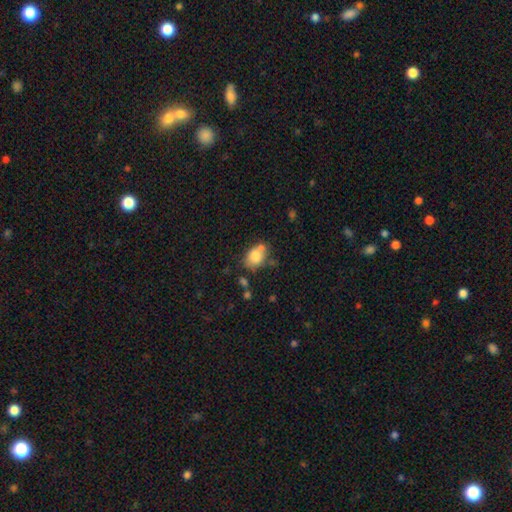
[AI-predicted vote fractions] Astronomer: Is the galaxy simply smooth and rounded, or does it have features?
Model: smooth — 78%.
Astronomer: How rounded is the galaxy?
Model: in between — 77%.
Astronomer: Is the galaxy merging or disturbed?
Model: none — 45% (runner-up: minor disturbance, 23%).